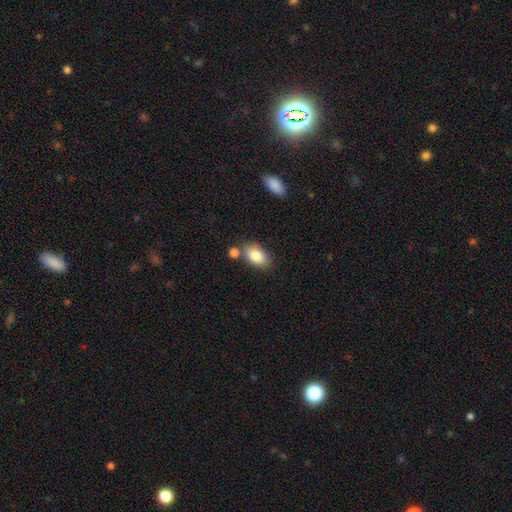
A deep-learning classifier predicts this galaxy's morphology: A smooth galaxy with no disk features (84%) that is in between round and cigar-shaped (90%).

Vote fractions:
- Smooth or featured? smooth: 84% / featured or disk: 8% / star or artifact: 7%
- How rounded? in between: 90% / round: 8% / cigar-shaped: 2%
- Merging? none: 66% / merger: 16% / minor disturbance: 14% / major disturbance: 4%